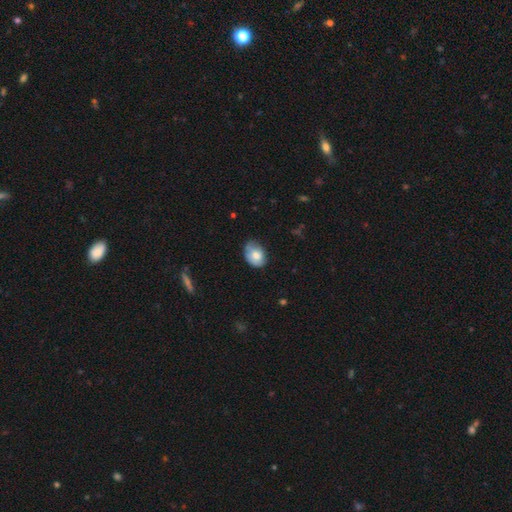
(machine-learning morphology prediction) A smooth galaxy with no disk features (69%) that is in between round and cigar-shaped (72%).

Vote fractions:
- Smooth or featured? smooth: 69% / featured or disk: 23% / star or artifact: 7%
- How rounded? in between: 72% / round: 27% / cigar-shaped: 1%
- Merging? none: 57% / minor disturbance: 34% / major disturbance: 7% / merger: 2%